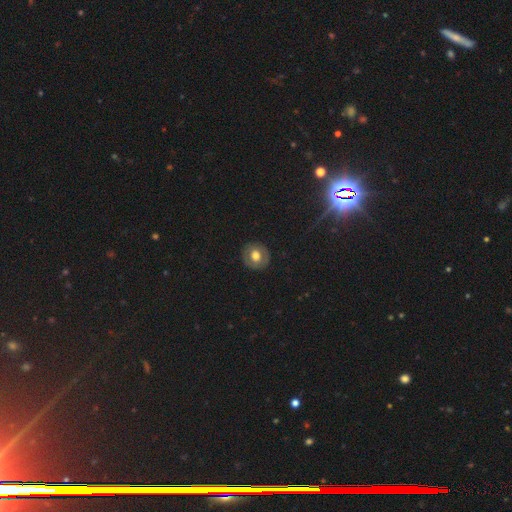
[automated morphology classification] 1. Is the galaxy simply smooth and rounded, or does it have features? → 61% smooth, 31% featured or disk, 8% star or artifact.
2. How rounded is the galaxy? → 85% round, 14% in between, 1% cigar-shaped.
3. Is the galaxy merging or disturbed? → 88% none, 8% minor disturbance, 3% major disturbance, 1% merger.